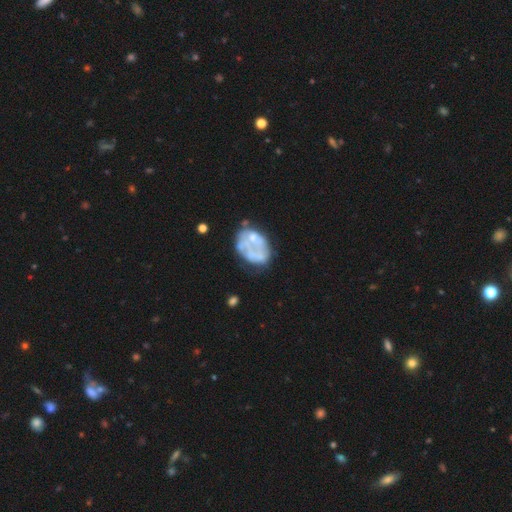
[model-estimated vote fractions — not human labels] Overall: featured or disk (59%; smooth 32%). Edge-on disk: no (98%). Bar: no (90%). Spiral arms: no (88%). Bulge size: none (62%). Merging: none (38%; major disturbance 24%).